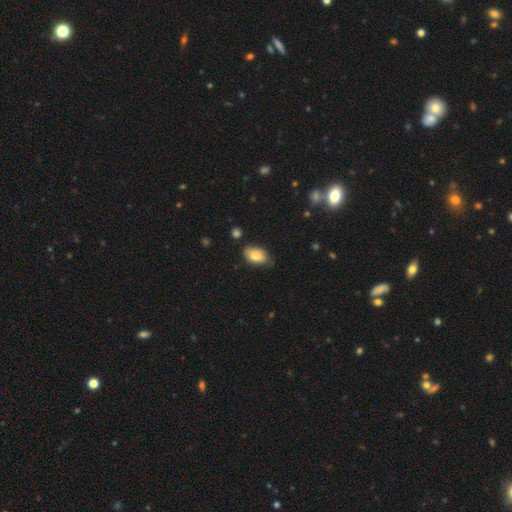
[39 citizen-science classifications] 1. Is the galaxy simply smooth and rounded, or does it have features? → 90% smooth, 5% featured or disk, 5% star or artifact.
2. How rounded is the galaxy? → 100% in between, 0% round, 0% cigar-shaped.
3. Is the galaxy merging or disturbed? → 70% none, 22% minor disturbance, 5% major disturbance, 3% merger.